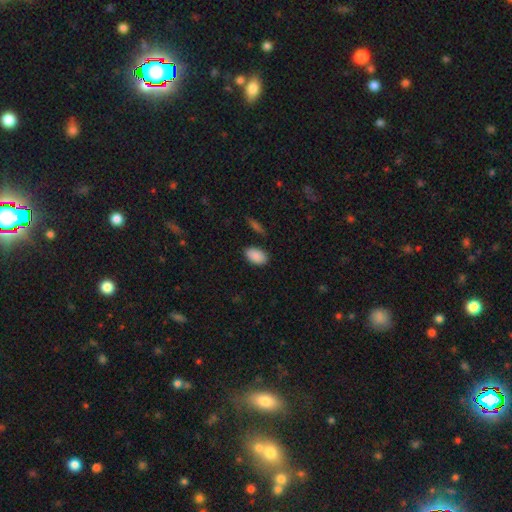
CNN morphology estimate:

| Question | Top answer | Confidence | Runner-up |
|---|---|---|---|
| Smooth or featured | smooth | 90% | star or artifact (7%) |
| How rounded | in between | 92% | round (6%) |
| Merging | none | 84% | minor disturbance (11%) |